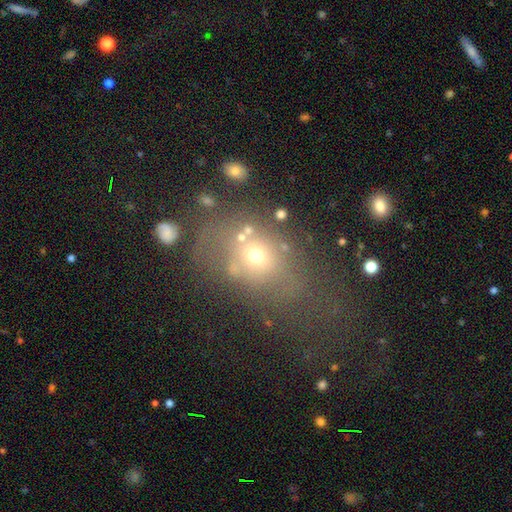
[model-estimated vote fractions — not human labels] Smooth or featured? Predicted: smooth (p=0.53). How rounded? Predicted: in between (p=0.53). Merging? Predicted: none (p=0.40).